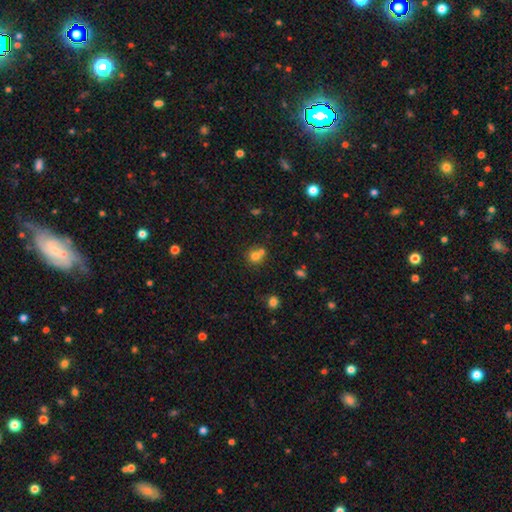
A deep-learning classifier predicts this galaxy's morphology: Smooth or featured? smooth (72%)
How rounded? round (81%)
Merging? merger (48%)